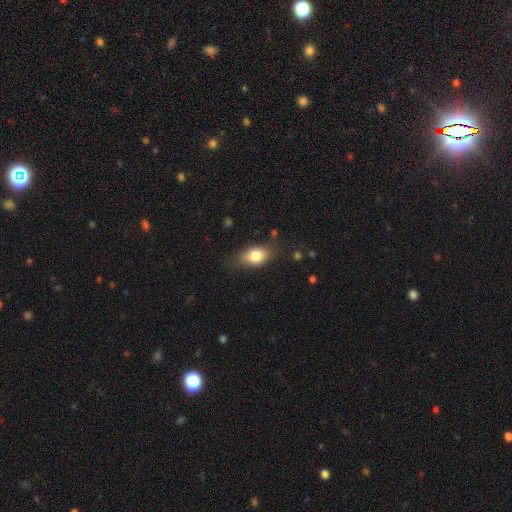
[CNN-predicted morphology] Smooth or featured? Predicted: smooth (p=0.80). How rounded? Predicted: in between (p=0.84). Merging? Predicted: none (p=0.74).